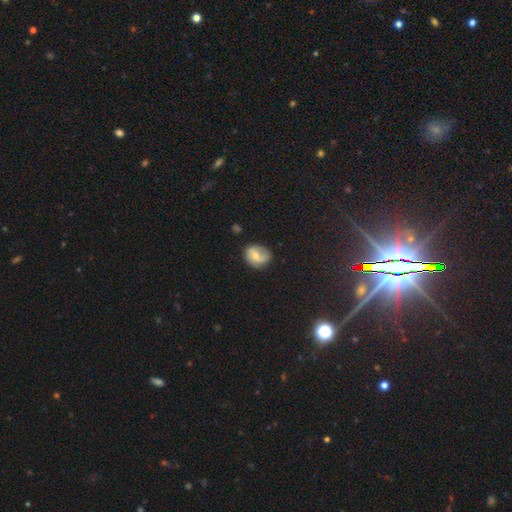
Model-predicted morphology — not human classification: smooth_or_featured: smooth (p=0.51) [alt: featured or disk p=0.40]
how_rounded: round (p=0.51) [alt: in between p=0.48]
merging: none (p=0.63) [alt: minor disturbance p=0.27]